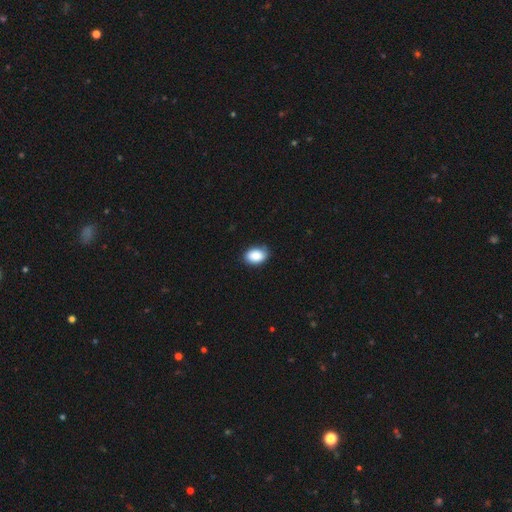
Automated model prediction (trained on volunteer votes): Smooth or featured?
  - smooth: 88% *
  - star or artifact: 7%
  - featured or disk: 5%
How rounded?
  - in between: 83% *
  - round: 16%
  - cigar-shaped: 1%
Merging?
  - none: 80% *
  - minor disturbance: 16%
  - major disturbance: 3%
  - merger: 1%